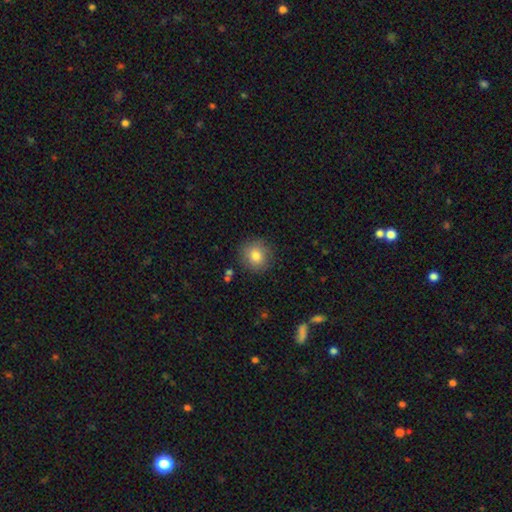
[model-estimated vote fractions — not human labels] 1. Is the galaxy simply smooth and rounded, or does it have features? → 81% smooth, 10% star or artifact, 9% featured or disk.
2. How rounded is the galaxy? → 91% round, 8% in between, 1% cigar-shaped.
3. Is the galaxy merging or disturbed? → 86% none, 9% minor disturbance, 3% major disturbance, 2% merger.